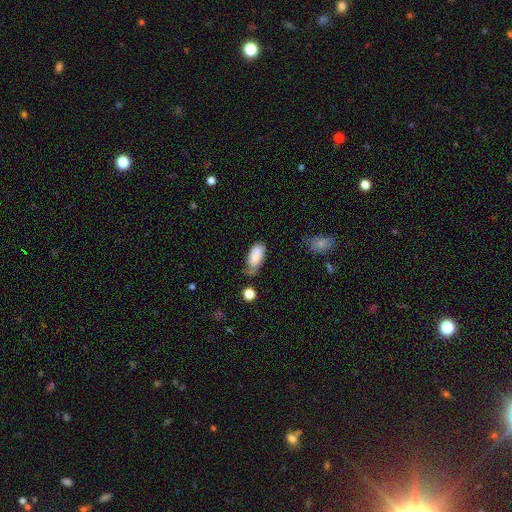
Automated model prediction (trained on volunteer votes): A smooth galaxy with no disk features (79%) that is in between round and cigar-shaped (92%). Merging: none (38%).